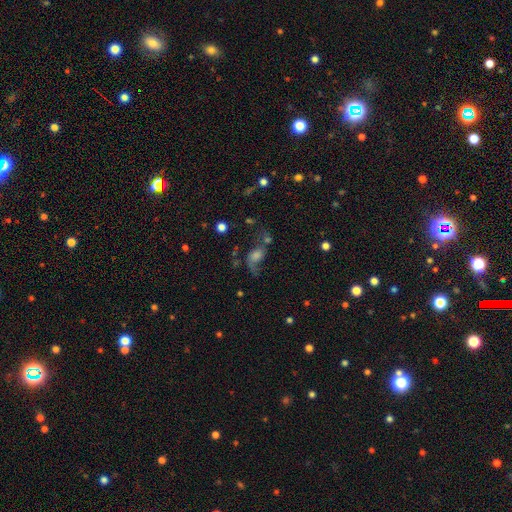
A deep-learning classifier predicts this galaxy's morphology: Smooth or featured? featured or disk (54%)
Edge-on disk? no (93%)
Bar? no (68%)
Spiral arms? yes (84%)
Bulge size? moderate (31%)
Merging? none (44%)